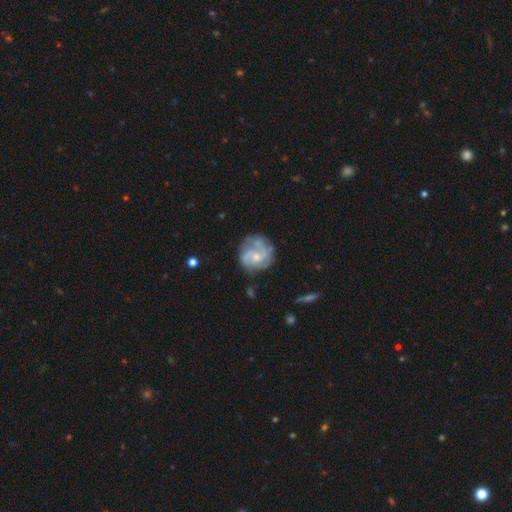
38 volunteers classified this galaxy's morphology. Smooth or featured: featured or disk — 89% (smooth — 11%)
Edge-on disk: no — 97% (yes — 3%)
Bar: no — 82% (weak — 15%)
Spiral arms: yes — 82% (no — 18%)
Spiral winding: tight — 41% (medium — 37%)
Spiral arm count: can't tell — 37% (3 — 30%)
Bulge size: small — 52% (moderate — 33%)
Merging: none — 47% (minor disturbance — 32%)